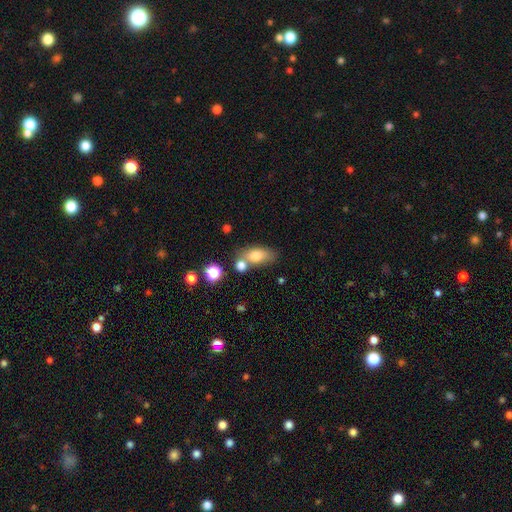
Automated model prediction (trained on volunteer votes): Q: Smooth or featured?
A: smooth (77%); runner-up: featured or disk (14%)
Q: How rounded?
A: in between (82%); runner-up: round (11%)
Q: Merging?
A: none (57%); runner-up: merger (22%)